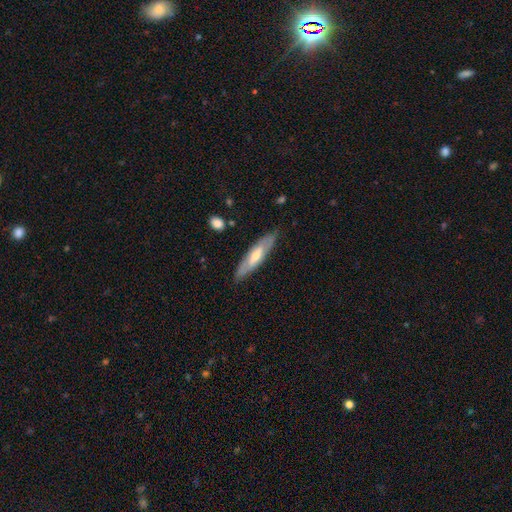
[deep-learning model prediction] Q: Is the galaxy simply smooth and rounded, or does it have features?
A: featured or disk — 53%.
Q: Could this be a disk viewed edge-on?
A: yes — 52%.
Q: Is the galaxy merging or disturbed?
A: none — 83%.